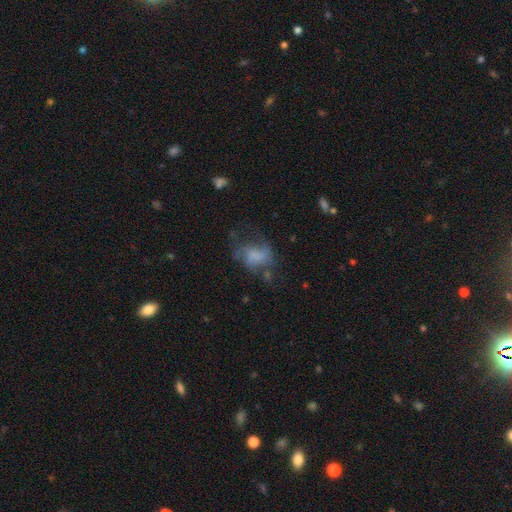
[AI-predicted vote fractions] The model was most divided on "merging": major disturbance: 38%, none: 34%, minor disturbance: 23%, merger: 5%. Remaining: smooth or featured — smooth (49%).